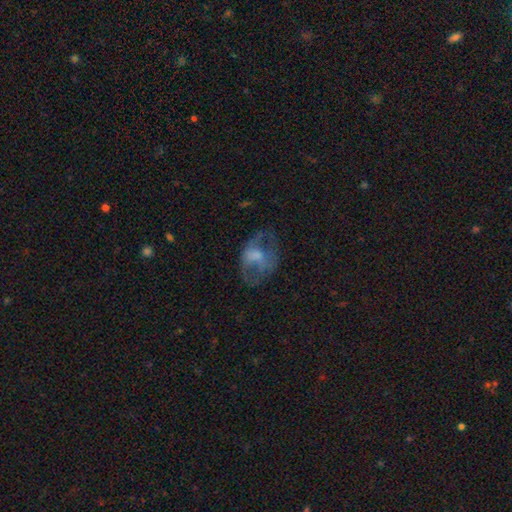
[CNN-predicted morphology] A featured or disk galaxy (48%). Merging: none (46%).